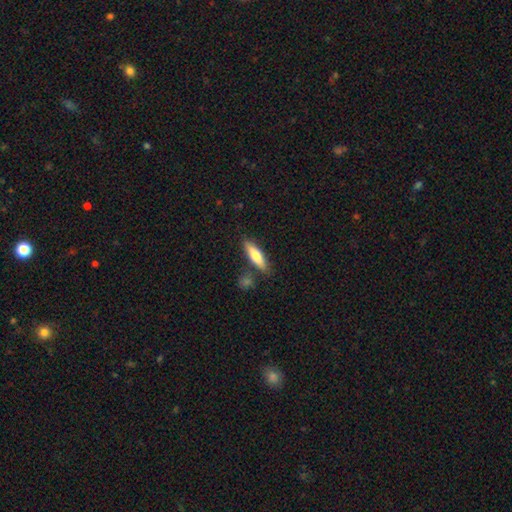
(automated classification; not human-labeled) smooth_or_featured: smooth (p=0.67) [alt: featured or disk p=0.27]
how_rounded: cigar-shaped (p=0.66) [alt: in between p=0.32]
merging: none (p=0.79) [alt: minor disturbance p=0.12]